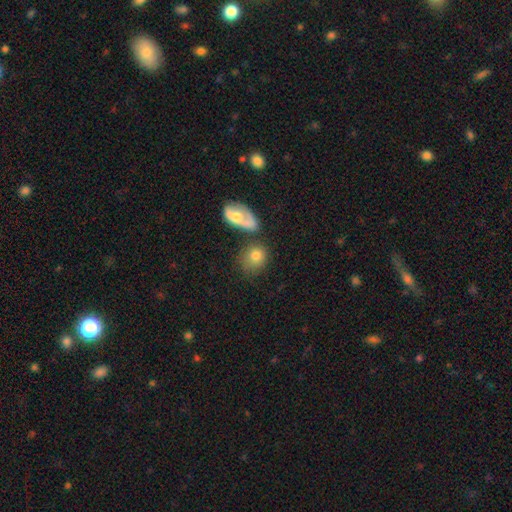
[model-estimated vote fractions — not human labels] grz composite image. It shows a smooth galaxy with no disk features (76%) that is round (67%). Merging: none (52%).